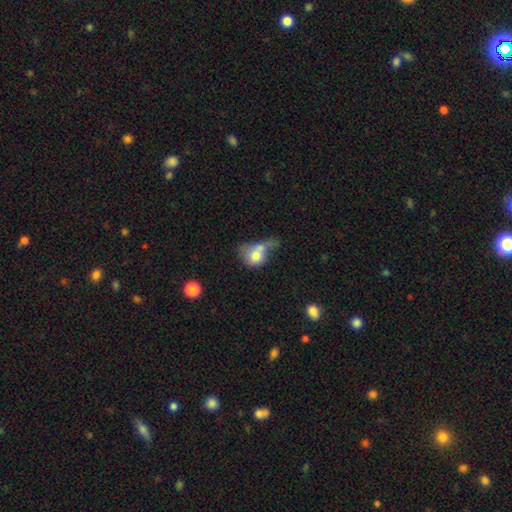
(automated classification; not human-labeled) Overall: smooth (66%). How rounded: in between (53%; round 45%). Merging: merger (39%; major disturbance 31%).